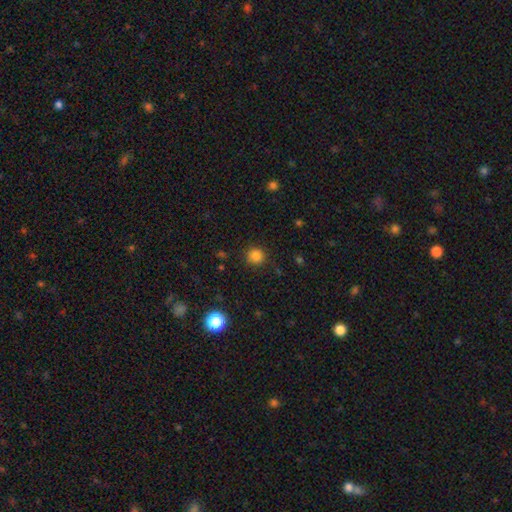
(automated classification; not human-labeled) Overall: smooth (83%). How rounded: round (91%). Merging: none (88%).